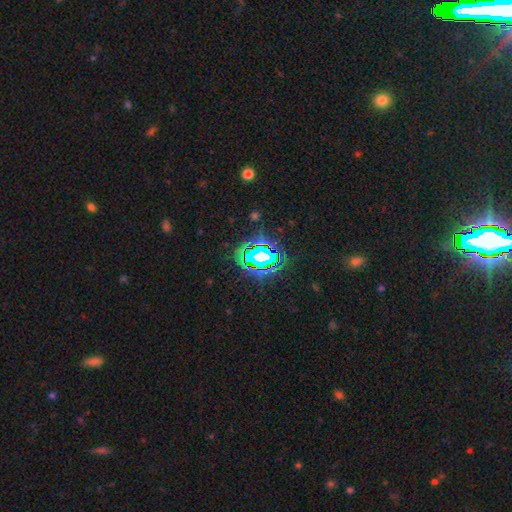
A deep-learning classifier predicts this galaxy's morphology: smooth_or_featured: star or artifact (p=0.77) [alt: smooth p=0.14]